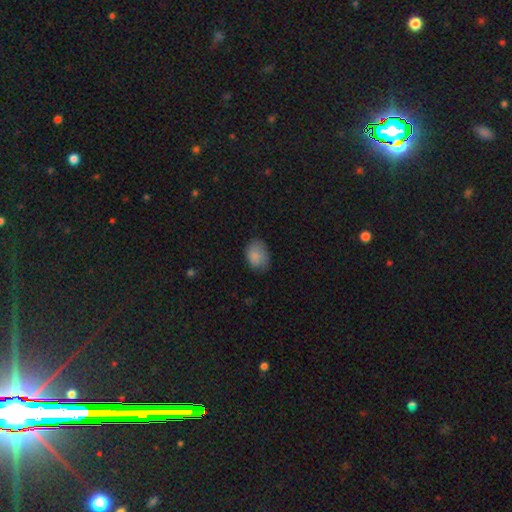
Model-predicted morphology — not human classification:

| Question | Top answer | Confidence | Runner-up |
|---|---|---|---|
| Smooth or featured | smooth | 84% | star or artifact (8%) |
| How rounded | in between | 73% | round (26%) |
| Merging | none | 66% | minor disturbance (27%) |